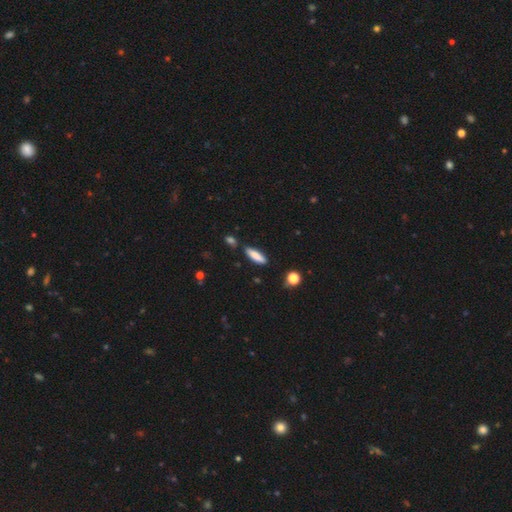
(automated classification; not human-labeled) smooth 81%, featured or disk 12%, star or artifact 7%. Down the decision tree: how rounded — cigar-shaped (62%); merging — none (82%).